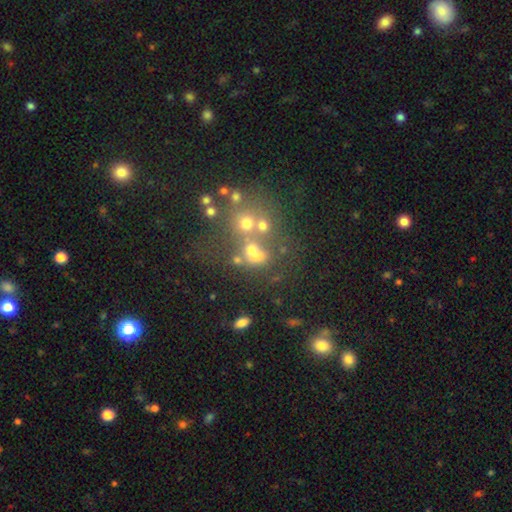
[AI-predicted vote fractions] Morphology: type=smooth (51%); roundness=round (66%); merging=none (45%).